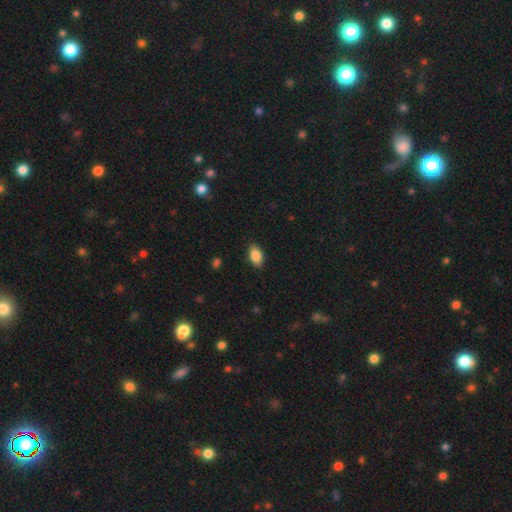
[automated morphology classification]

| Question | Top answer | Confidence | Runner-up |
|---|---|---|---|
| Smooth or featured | smooth | 86% | star or artifact (7%) |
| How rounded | in between | 91% | round (6%) |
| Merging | none | 87% | minor disturbance (9%) |